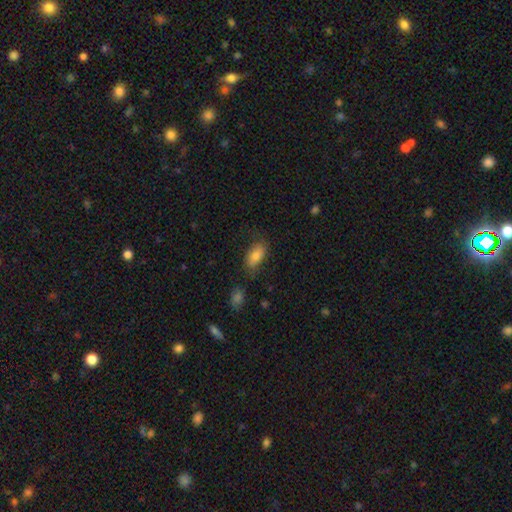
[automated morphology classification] The model was most divided on "merging": none: 71%, minor disturbance: 20%, major disturbance: 6%, merger: 3%. More confident: how rounded — in between (91%); smooth or featured — smooth (79%).